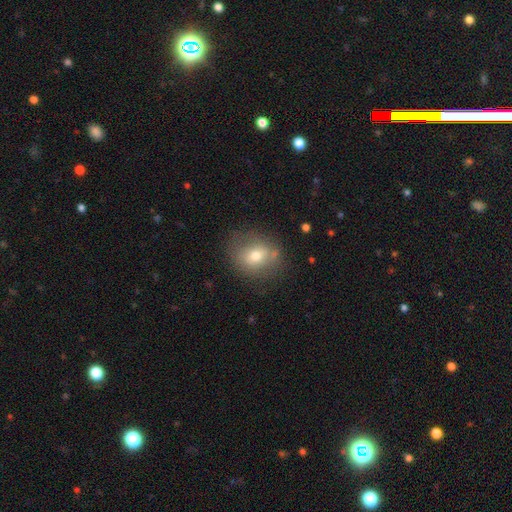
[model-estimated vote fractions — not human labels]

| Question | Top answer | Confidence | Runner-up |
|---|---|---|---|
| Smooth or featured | smooth | 65% | featured or disk (24%) |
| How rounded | round | 60% | in between (38%) |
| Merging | none | 71% | minor disturbance (18%) |